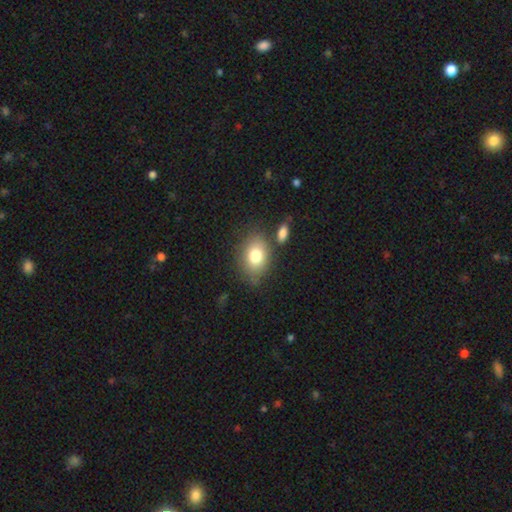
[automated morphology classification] A smooth galaxy with no disk features (78%) that is in between round and cigar-shaped (75%).

Vote fractions:
- Smooth or featured? smooth: 78% / featured or disk: 13% / star or artifact: 9%
- How rounded? in between: 75% / round: 23% / cigar-shaped: 1%
- Merging? none: 73% / minor disturbance: 14% / merger: 9% / major disturbance: 4%